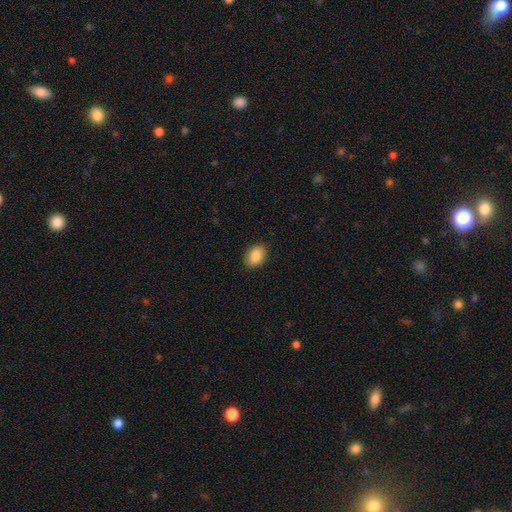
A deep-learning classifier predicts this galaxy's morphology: Q: Smooth or featured?
A: smooth (87%); runner-up: star or artifact (7%)
Q: How rounded?
A: in between (82%); runner-up: round (16%)
Q: Merging?
A: none (88%); runner-up: minor disturbance (9%)